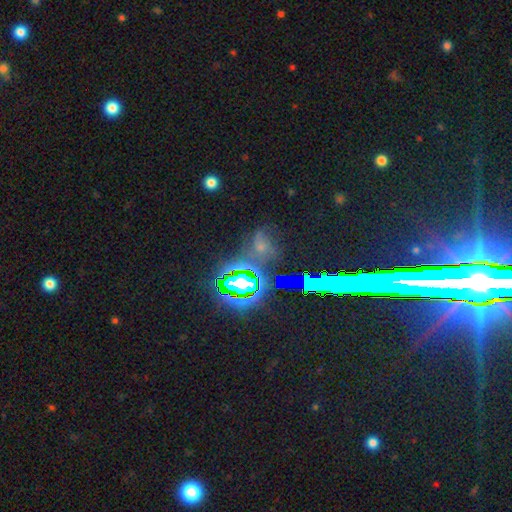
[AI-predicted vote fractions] This is likely a star or artifact rather than a galaxy (77%).